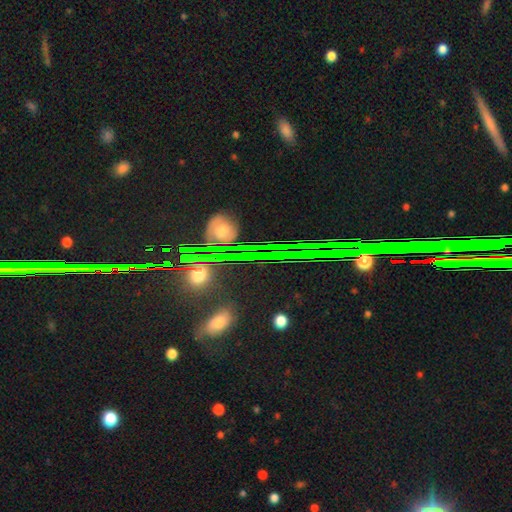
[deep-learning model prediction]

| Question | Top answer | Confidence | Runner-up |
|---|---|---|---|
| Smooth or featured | star or artifact | 69% | smooth (16%) |